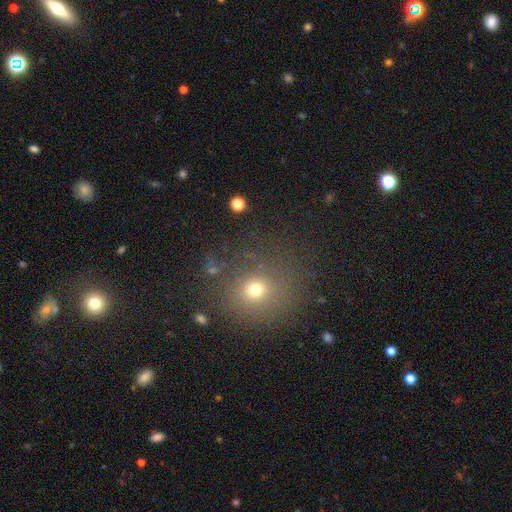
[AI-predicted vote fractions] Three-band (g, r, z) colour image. It shows a smooth galaxy with no disk features (61%) that is round (85%). Merging: none (80%).